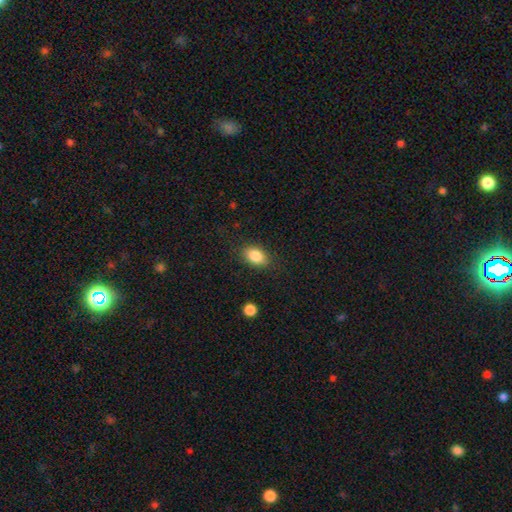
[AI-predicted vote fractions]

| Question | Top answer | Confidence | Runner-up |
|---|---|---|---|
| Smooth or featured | smooth | 85% | star or artifact (8%) |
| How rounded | in between | 82% | round (16%) |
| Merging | none | 84% | minor disturbance (11%) |